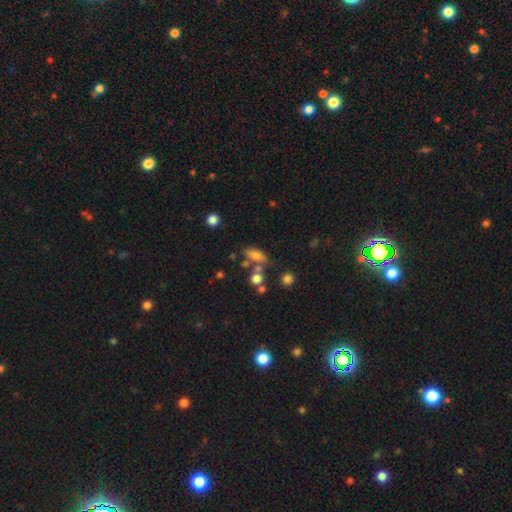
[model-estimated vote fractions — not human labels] This appears to be a smooth galaxy with no disk features (74%) that is in between round and cigar-shaped (75%). Merging: none (59%).